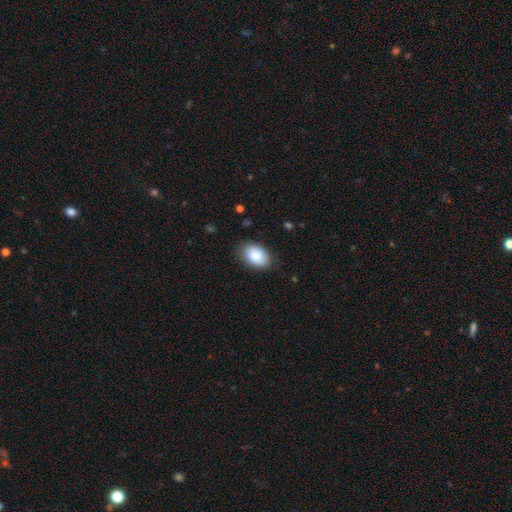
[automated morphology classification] A smooth galaxy with no disk features (85%) that is in between round and cigar-shaped (87%). Merging: none (82%).